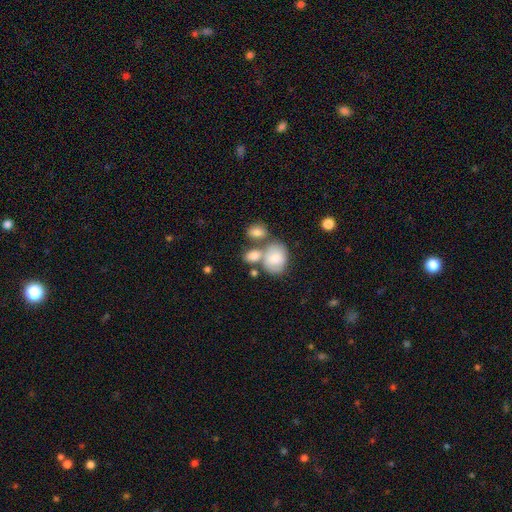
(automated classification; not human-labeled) The model was most divided on "merging": merger: 44%, none: 38%, minor disturbance: 13%, major disturbance: 6%. More confident: smooth or featured — smooth (66%); how rounded — in between (53%).